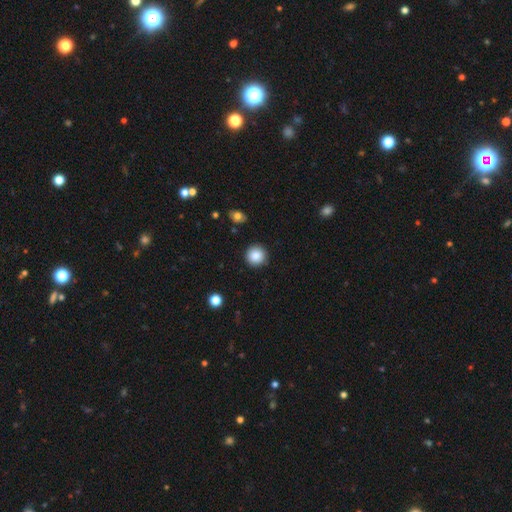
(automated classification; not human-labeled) The model was most divided on "smooth or featured": smooth: 87%, star or artifact: 9%, featured or disk: 5%. More confident: how rounded — round (95%); merging — none (91%).